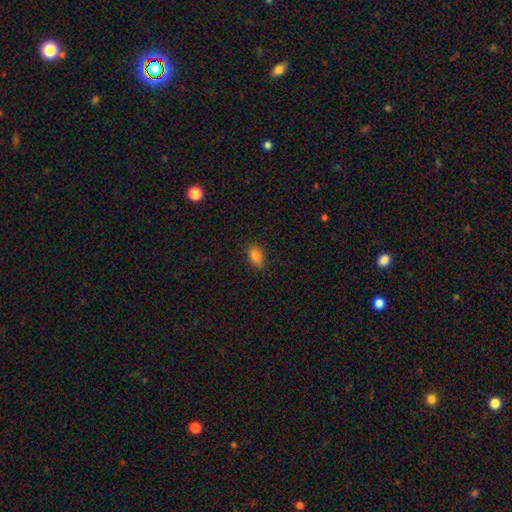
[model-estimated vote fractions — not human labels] This appears to be a smooth galaxy with no disk features (82%) that is in between round and cigar-shaped (86%). Merging: none (83%).